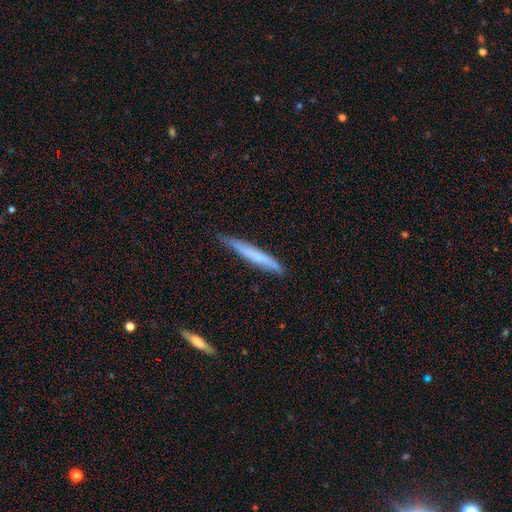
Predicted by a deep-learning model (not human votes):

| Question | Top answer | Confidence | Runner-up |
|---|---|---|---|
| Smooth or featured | smooth | 53% | featured or disk (41%) |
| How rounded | cigar-shaped | 95% | in between (4%) |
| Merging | none | 76% | minor disturbance (20%) |